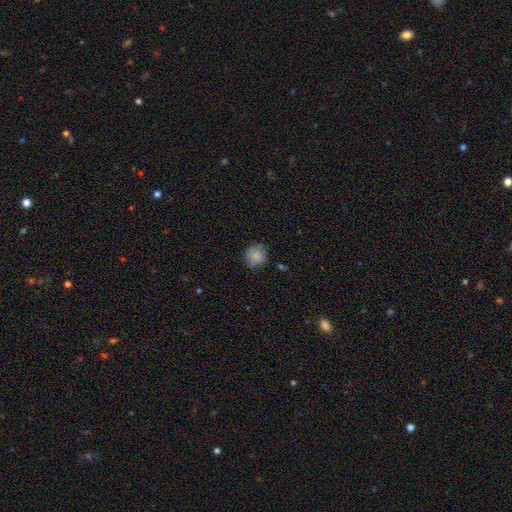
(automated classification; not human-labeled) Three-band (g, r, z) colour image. It shows a smooth galaxy with no disk features (78%) that is round (85%). Merging: none (72%).